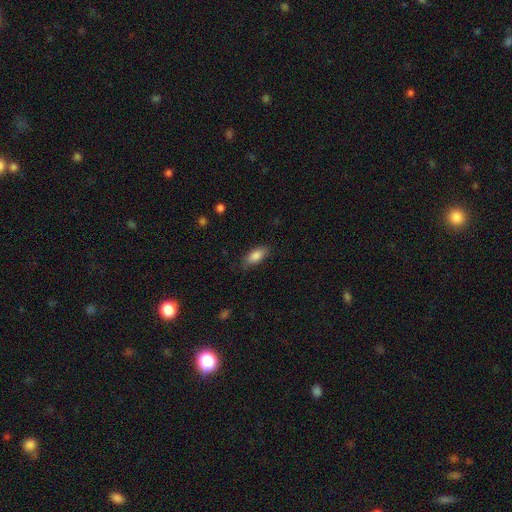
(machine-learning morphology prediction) smooth_or_featured: smooth (p=0.85) [alt: featured or disk p=0.08]
how_rounded: in between (p=0.83) [alt: cigar-shaped p=0.14]
merging: none (p=0.82) [alt: minor disturbance p=0.14]